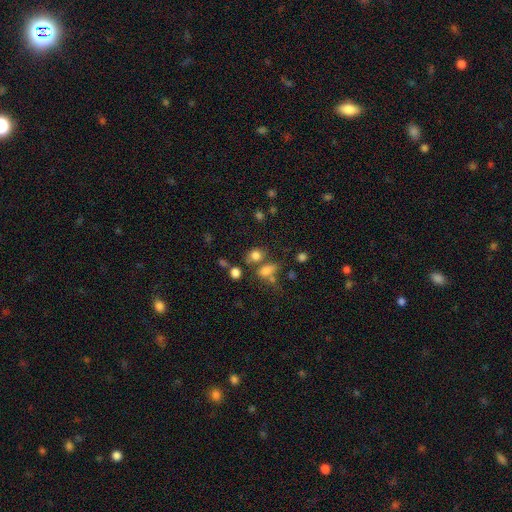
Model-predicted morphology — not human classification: smooth_or_featured: smooth (p=0.76) [alt: star or artifact p=0.15]
how_rounded: in between (p=0.52) [alt: round p=0.45]
merging: none (p=0.53) [alt: merger p=0.25]